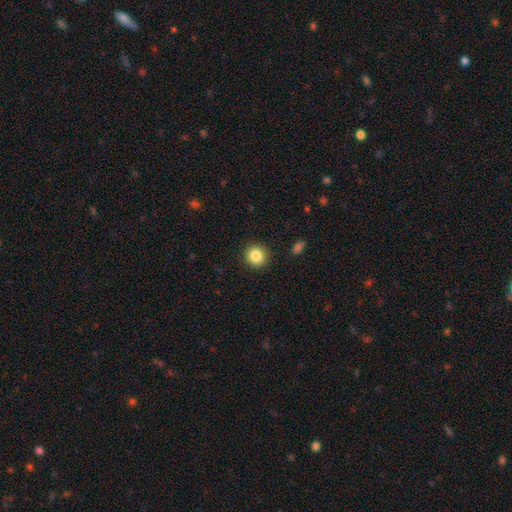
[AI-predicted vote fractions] This appears to be a smooth galaxy with no disk features (86%) that is round (90%). Merging: none (91%).